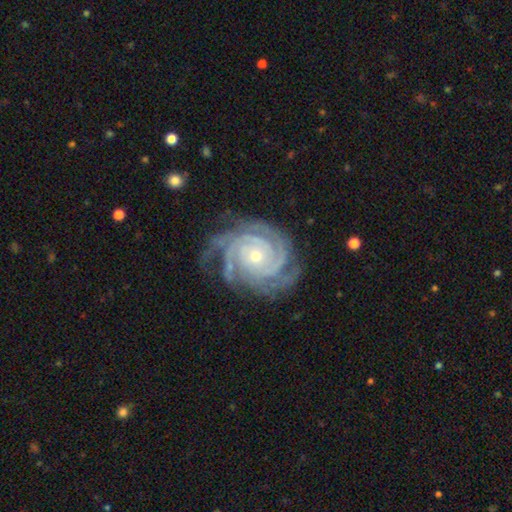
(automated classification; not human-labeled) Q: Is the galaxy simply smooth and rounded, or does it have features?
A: featured or disk — 93%.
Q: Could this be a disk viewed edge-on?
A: no — 98%.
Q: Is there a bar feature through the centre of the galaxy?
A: no — 74%.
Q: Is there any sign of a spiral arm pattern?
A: yes — 99%.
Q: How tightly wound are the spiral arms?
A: tight — 81%.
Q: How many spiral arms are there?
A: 4 — 37%.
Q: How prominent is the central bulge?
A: small — 62%.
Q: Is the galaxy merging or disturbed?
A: none — 73%.